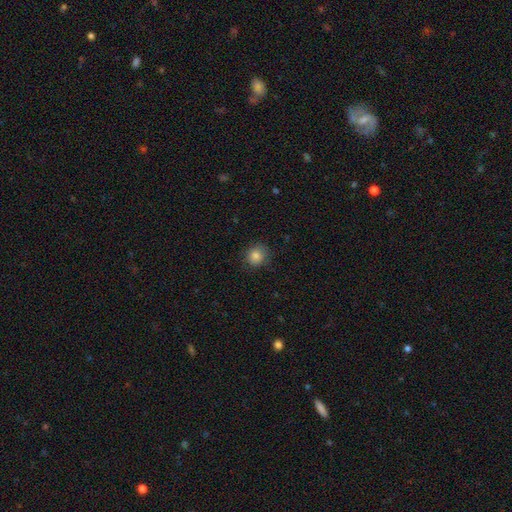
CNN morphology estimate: smooth_or_featured: smooth (p=0.85) [alt: star or artifact p=0.10]
how_rounded: round (p=0.82) [alt: in between p=0.18]
merging: none (p=0.85) [alt: minor disturbance p=0.11]